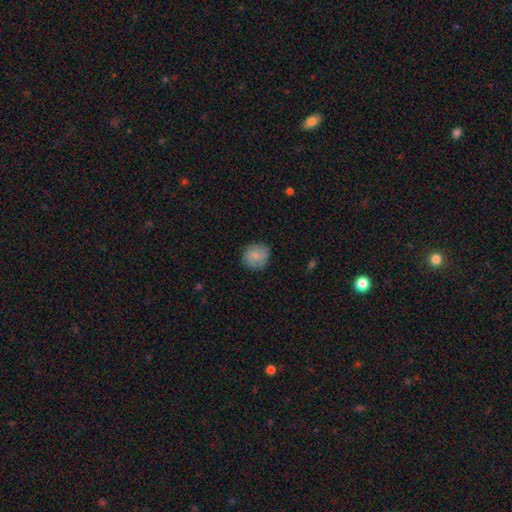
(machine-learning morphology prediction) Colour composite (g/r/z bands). It shows a smooth galaxy with no disk features (75%) that is round (83%). Merging: none (79%).